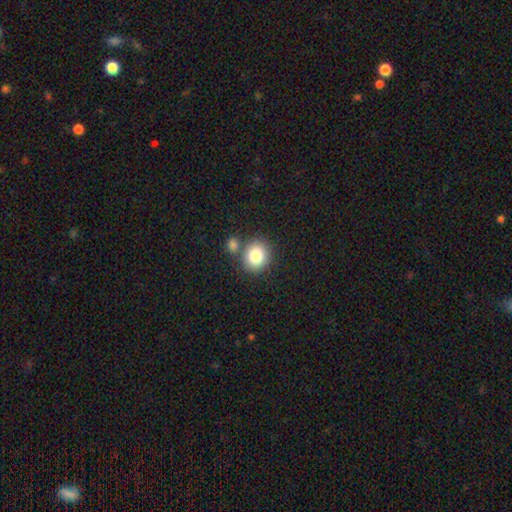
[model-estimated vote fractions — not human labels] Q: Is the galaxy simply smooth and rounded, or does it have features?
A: smooth — 83%.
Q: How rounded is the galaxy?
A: round — 79%.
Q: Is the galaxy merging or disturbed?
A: none — 68%.